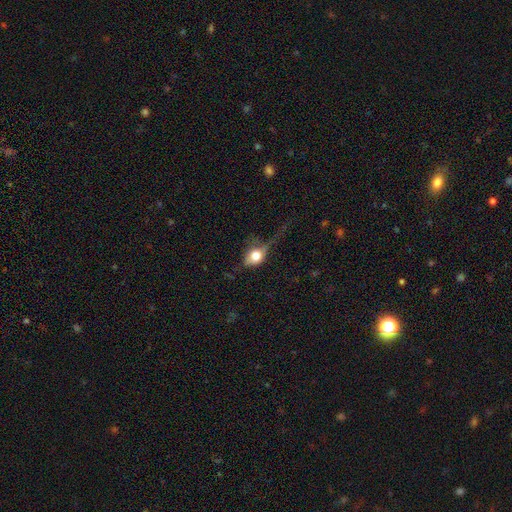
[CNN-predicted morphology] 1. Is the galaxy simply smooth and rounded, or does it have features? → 59% smooth, 30% featured or disk, 11% star or artifact.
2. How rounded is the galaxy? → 52% in between, 43% round, 5% cigar-shaped.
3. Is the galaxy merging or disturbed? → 37% none, 34% major disturbance, 25% minor disturbance, 4% merger.